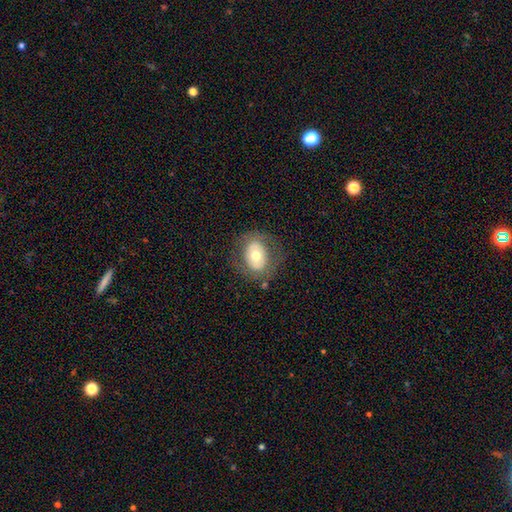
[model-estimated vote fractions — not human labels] This appears to be a smooth galaxy with no disk features (55%) that is in between round and cigar-shaped (60%). Merging: none (74%).